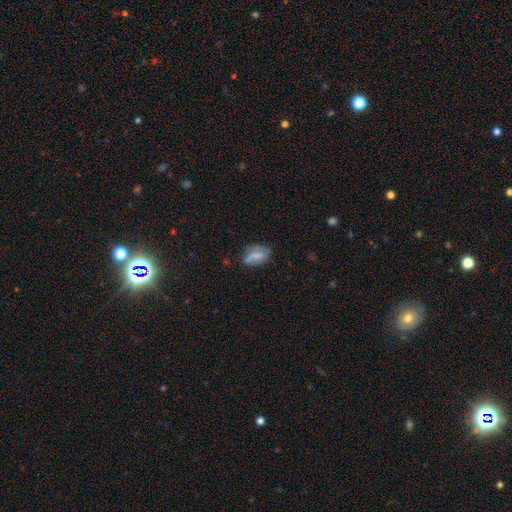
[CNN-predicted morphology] A smooth galaxy with no disk features (61%) that is in between round and cigar-shaped (86%). Merging: none (57%).